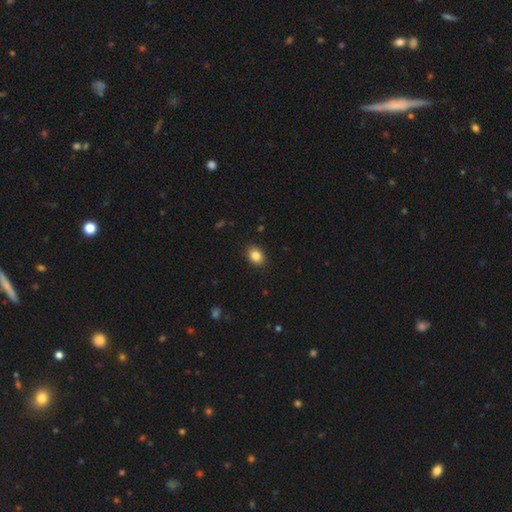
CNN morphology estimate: smooth_or_featured: smooth (p=0.85) [alt: star or artifact p=0.09]
how_rounded: in between (p=0.65) [alt: round p=0.34]
merging: none (p=0.89) [alt: minor disturbance p=0.08]